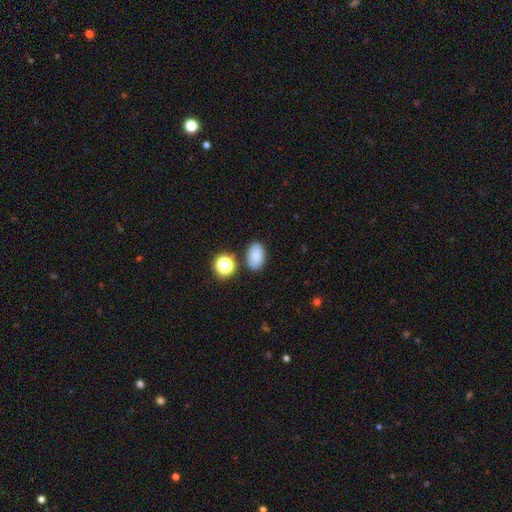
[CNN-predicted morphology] Overall: smooth (84%). How rounded: in between (89%). Merging: none (81%).